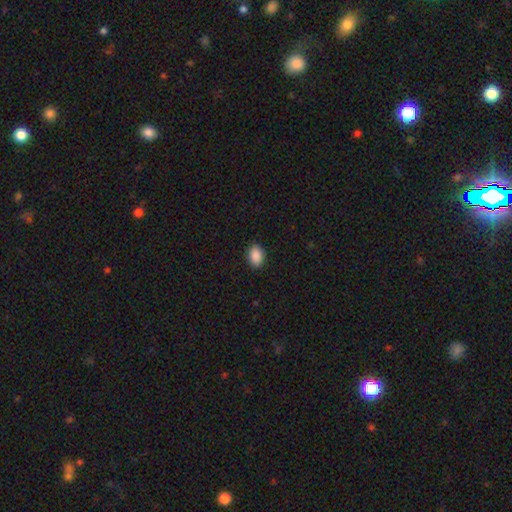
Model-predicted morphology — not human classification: This appears to be a smooth galaxy with no disk features (90%) that is in between round and cigar-shaped (75%). Merging: none (89%).